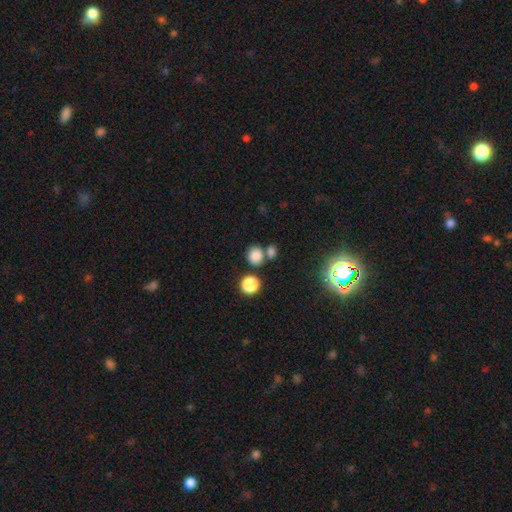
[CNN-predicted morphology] Smooth or featured: smooth — 80% (star or artifact — 14%)
How rounded: round — 75% (in between — 24%)
Merging: none — 59% (merger — 26%)